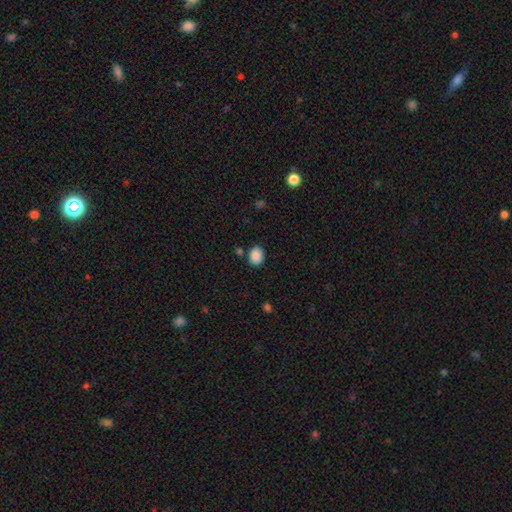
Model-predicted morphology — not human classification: smooth-or-featured: smooth: 88% | star or artifact: 8% | featured or disk: 4%
  how-rounded: in between: 60% | round: 39% | cigar-shaped: 1%
  merging: none: 82% | minor disturbance: 11% | merger: 4% | major disturbance: 3%